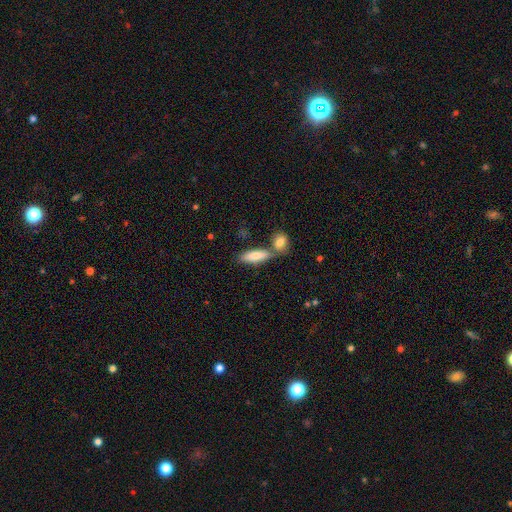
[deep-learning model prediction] Smooth or featured: smooth — 80% (featured or disk — 14%)
How rounded: in between — 59% (cigar-shaped — 38%)
Merging: none — 56% (merger — 30%)